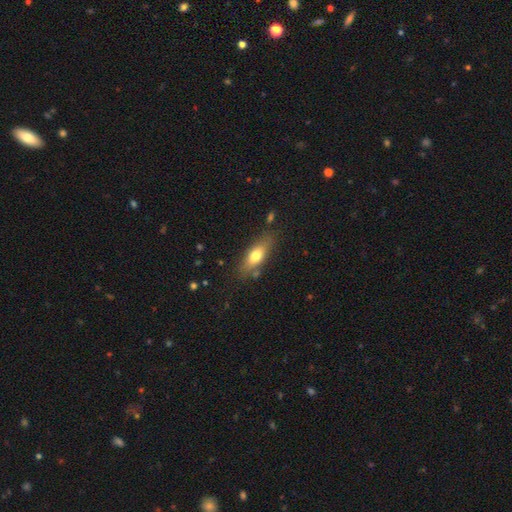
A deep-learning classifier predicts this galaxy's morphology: Q: Smooth or featured?
A: smooth (68%); runner-up: featured or disk (25%)
Q: How rounded?
A: in between (68%); runner-up: cigar-shaped (28%)
Q: Merging?
A: none (76%); runner-up: minor disturbance (16%)